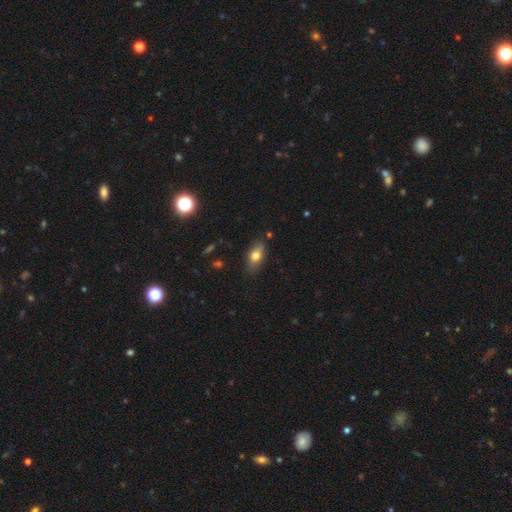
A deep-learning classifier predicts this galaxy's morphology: A smooth galaxy with no disk features (73%) that is in between round and cigar-shaped (82%).

Vote fractions:
- Smooth or featured? smooth: 73% / featured or disk: 18% / star or artifact: 9%
- How rounded? in between: 82% / cigar-shaped: 11% / round: 7%
- Merging? none: 82% / minor disturbance: 14% / major disturbance: 3% / merger: 2%